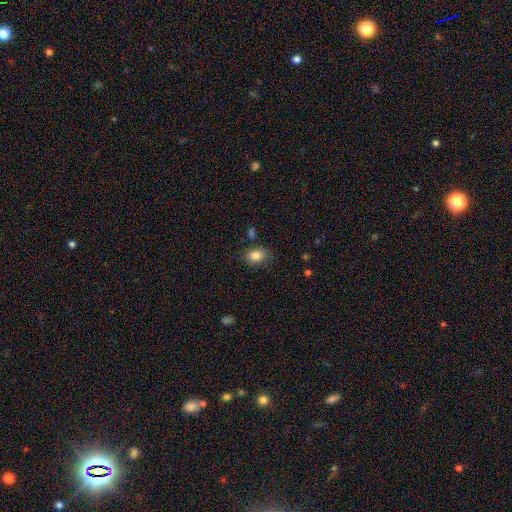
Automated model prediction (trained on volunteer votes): smooth 85%, star or artifact 9%, featured or disk 6%. Down the decision tree: how rounded — in between (75%); merging — none (74%).